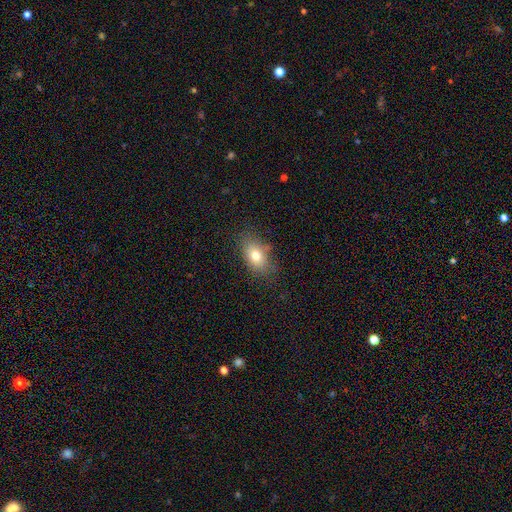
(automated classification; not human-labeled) smooth 76%, featured or disk 13%, star or artifact 11%. Down the decision tree: how rounded — in between (84%); merging — none (74%).